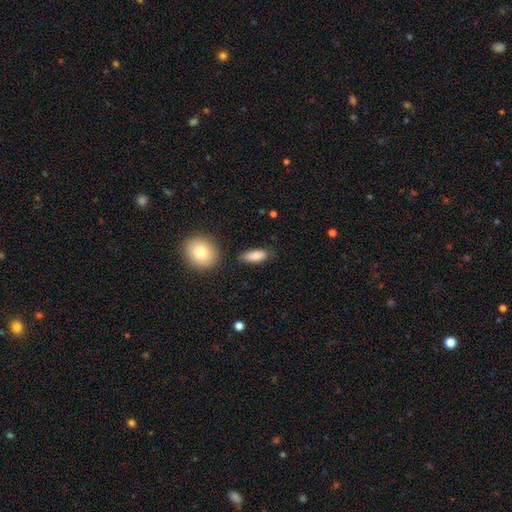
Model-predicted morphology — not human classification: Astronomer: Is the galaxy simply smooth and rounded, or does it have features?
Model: smooth — 84%.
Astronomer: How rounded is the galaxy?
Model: in between — 74%.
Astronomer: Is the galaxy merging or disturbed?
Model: none — 76%.